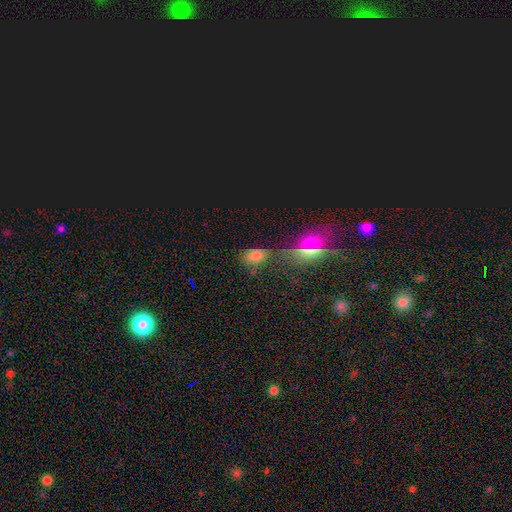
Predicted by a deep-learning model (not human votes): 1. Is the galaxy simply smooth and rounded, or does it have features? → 64% smooth, 28% star or artifact, 9% featured or disk.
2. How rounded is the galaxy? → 79% in between, 18% round, 3% cigar-shaped.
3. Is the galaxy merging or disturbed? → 60% none, 19% minor disturbance, 12% merger, 9% major disturbance.